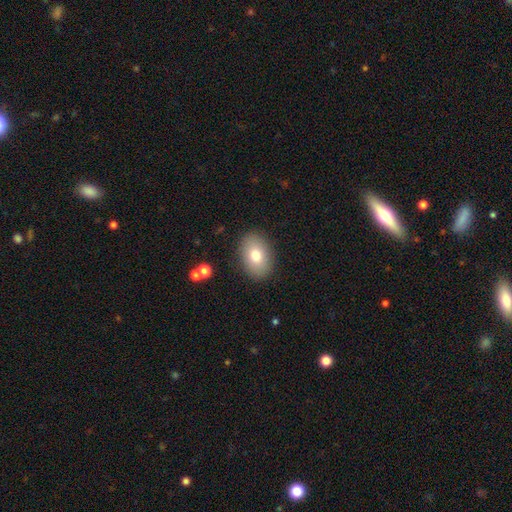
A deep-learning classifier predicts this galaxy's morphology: A smooth galaxy with no disk features (79%) that is in between round and cigar-shaped (84%).

Vote fractions:
- Smooth or featured? smooth: 79% / featured or disk: 13% / star or artifact: 8%
- How rounded? in between: 84% / round: 15% / cigar-shaped: 1%
- Merging? none: 88% / minor disturbance: 9% / major disturbance: 3% / merger: 1%